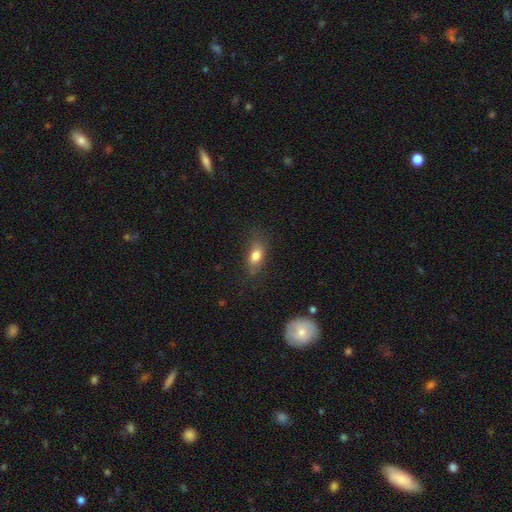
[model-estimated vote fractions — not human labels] Smooth or featured? Predicted: smooth (p=0.76). How rounded? Predicted: in between (p=0.78). Merging? Predicted: none (p=0.67).